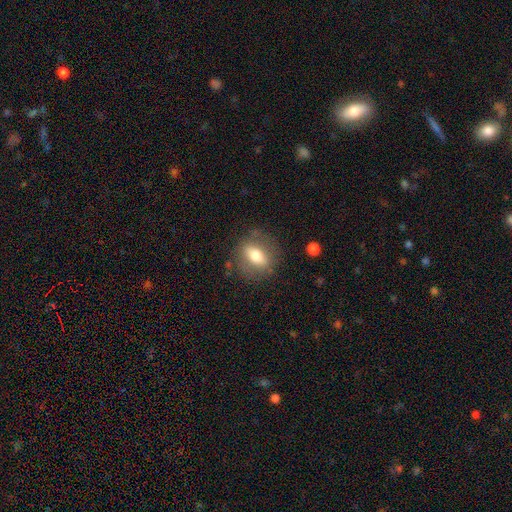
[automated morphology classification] A smooth galaxy with no disk features (64%) that is in between round and cigar-shaped (65%). Merging: none (80%).